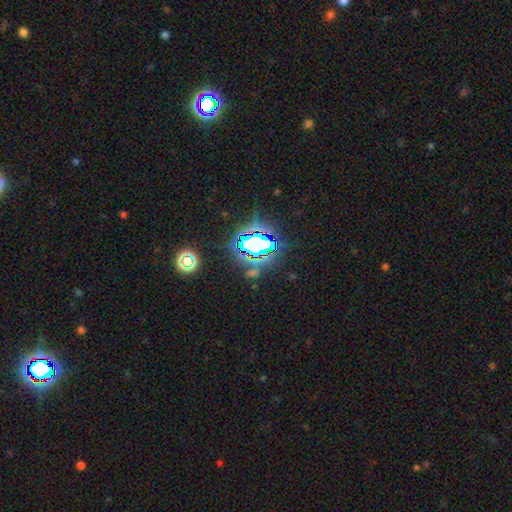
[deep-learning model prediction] The model was most divided on "smooth or featured": star or artifact: 79%, smooth: 12%, featured or disk: 8%.